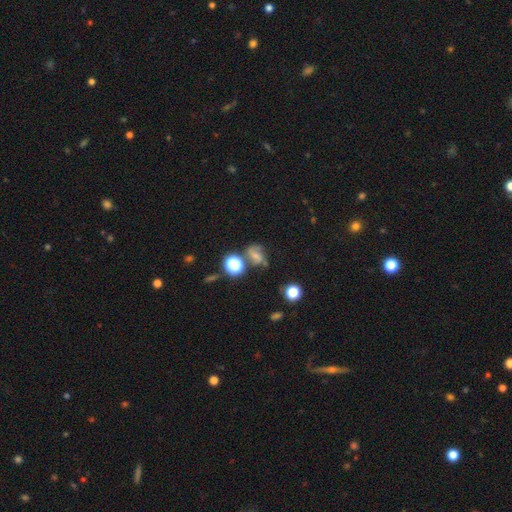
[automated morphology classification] featured or disk 52%, smooth 28%, star or artifact 20%. Down the decision tree: edge-on disk — no (97%); merging — none (56%).